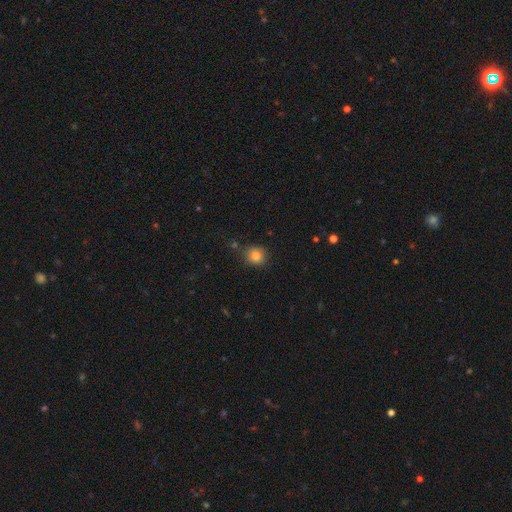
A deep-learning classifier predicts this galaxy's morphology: smooth-or-featured: smooth: 81% | star or artifact: 12% | featured or disk: 7%
  how-rounded: round: 86% | in between: 13% | cigar-shaped: 1%
  merging: none: 84% | minor disturbance: 10% | merger: 3% | major disturbance: 2%